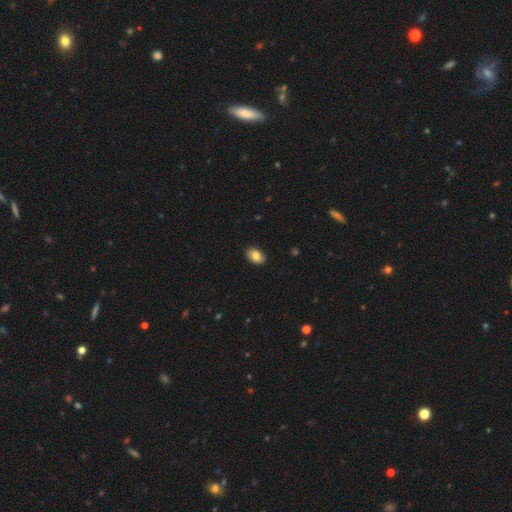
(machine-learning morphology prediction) smooth 84%, featured or disk 9%, star or artifact 7%. Down the decision tree: how rounded — in between (89%); merging — none (89%).